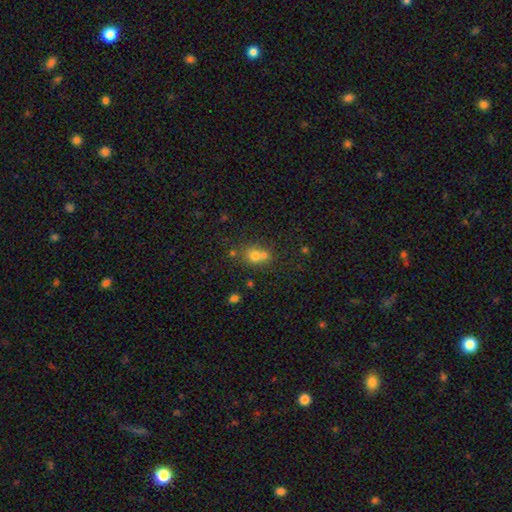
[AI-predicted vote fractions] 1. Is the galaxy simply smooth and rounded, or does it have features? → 69% smooth, 17% star or artifact, 14% featured or disk.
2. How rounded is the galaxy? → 73% round, 25% in between, 1% cigar-shaped.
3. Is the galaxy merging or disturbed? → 49% merger, 39% none, 8% minor disturbance, 3% major disturbance.